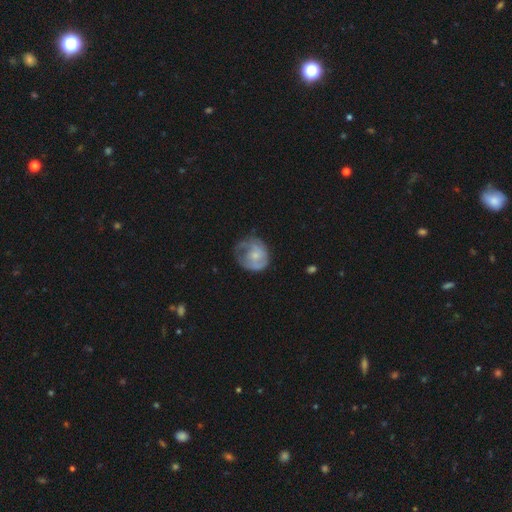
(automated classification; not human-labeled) featured or disk 52%, smooth 41%, star or artifact 7%. Down the decision tree: edge-on disk — no (98%); bar — no (78%); spiral arms — yes (64%); bulge size — small (60%); merging — none (42%).